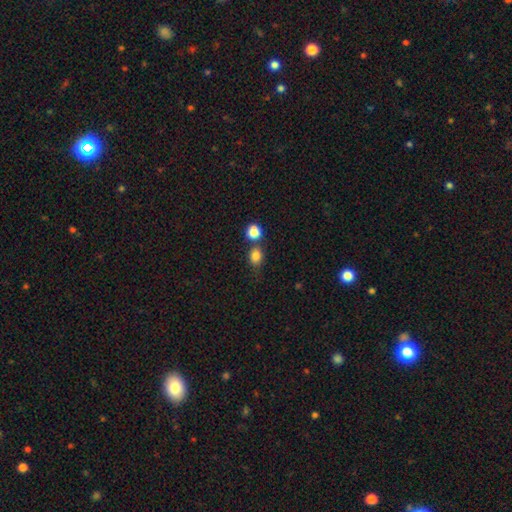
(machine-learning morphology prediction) A smooth galaxy with no disk features (81%) that is round (61%).

Vote fractions:
- Smooth or featured? smooth: 81% / star or artifact: 12% / featured or disk: 6%
- How rounded? round: 61% / in between: 37% / cigar-shaped: 1%
- Merging? none: 58% / merger: 24% / minor disturbance: 14% / major disturbance: 4%